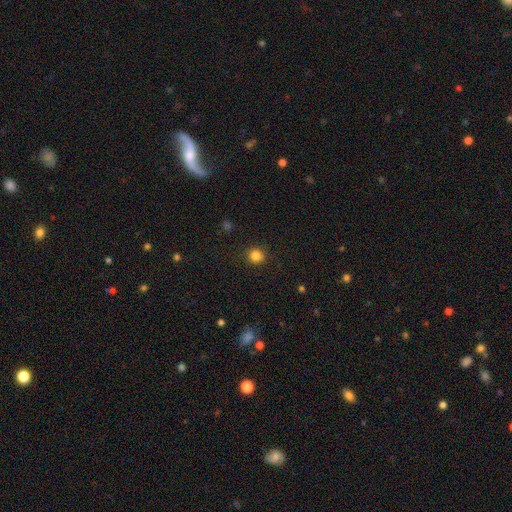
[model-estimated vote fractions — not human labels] smooth 83%, star or artifact 13%, featured or disk 4%. Down the decision tree: how rounded — round (92%); merging — none (90%).